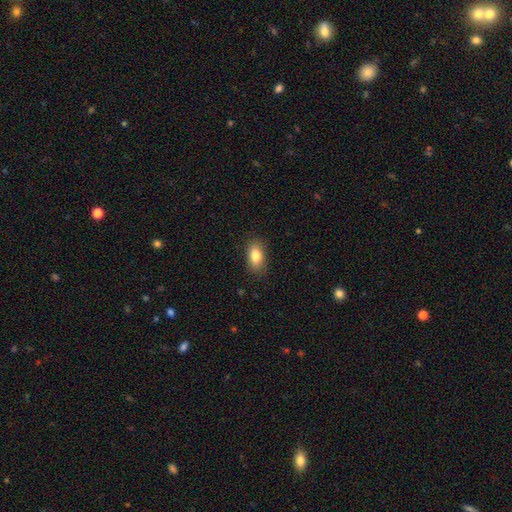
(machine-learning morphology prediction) Smooth or featured?
  - smooth: 82% *
  - featured or disk: 10%
  - star or artifact: 8%
How rounded?
  - in between: 88% *
  - round: 9%
  - cigar-shaped: 4%
Merging?
  - none: 85% *
  - minor disturbance: 11%
  - major disturbance: 3%
  - merger: 1%